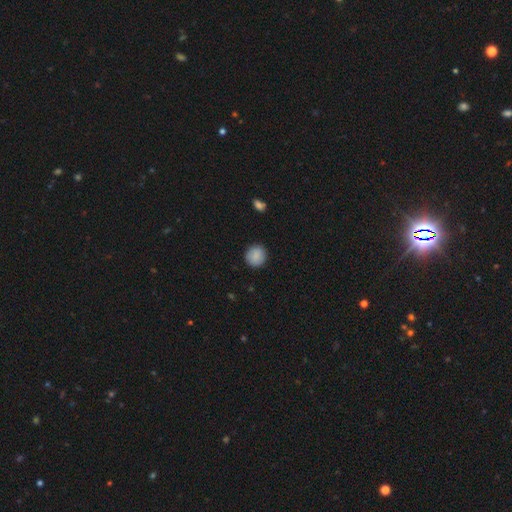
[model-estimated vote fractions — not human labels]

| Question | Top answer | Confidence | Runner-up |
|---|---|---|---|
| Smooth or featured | smooth | 88% | star or artifact (7%) |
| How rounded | round | 90% | in between (9%) |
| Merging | none | 90% | minor disturbance (8%) |